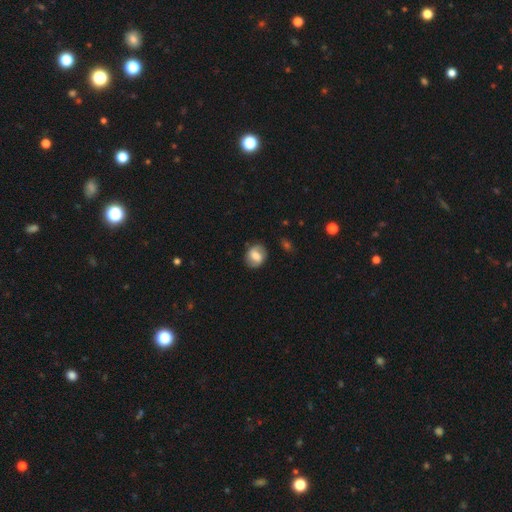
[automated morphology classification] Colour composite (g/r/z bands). It shows a smooth galaxy with no disk features (52%) that is round (54%). Merging: none (79%).